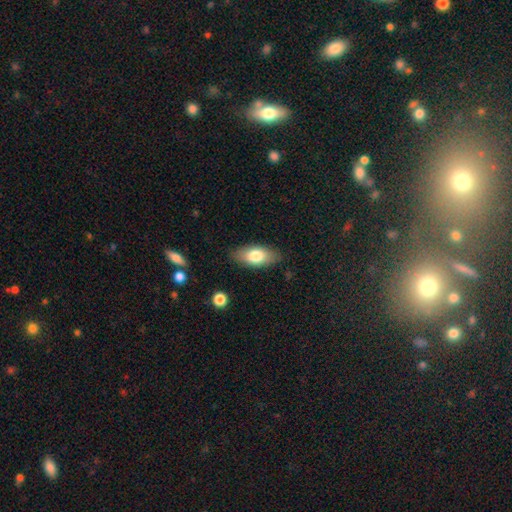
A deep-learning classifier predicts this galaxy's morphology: smooth_or_featured: smooth (p=0.75) [alt: featured or disk p=0.18]
how_rounded: in between (p=0.87) [alt: cigar-shaped p=0.10]
merging: none (p=0.83) [alt: minor disturbance p=0.12]